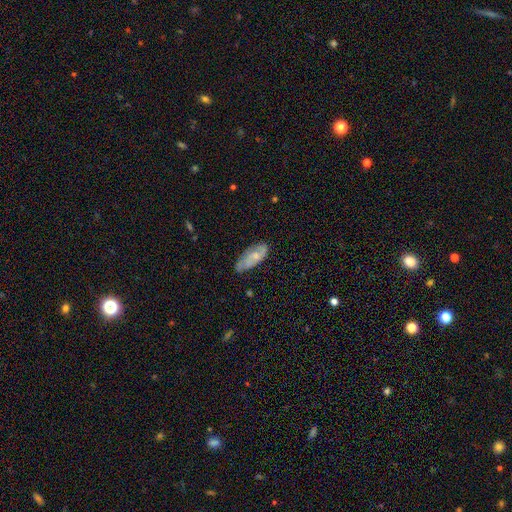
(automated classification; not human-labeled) Overall: featured or disk (49%; smooth 42%). Merging: none (63%; minor disturbance 28%).